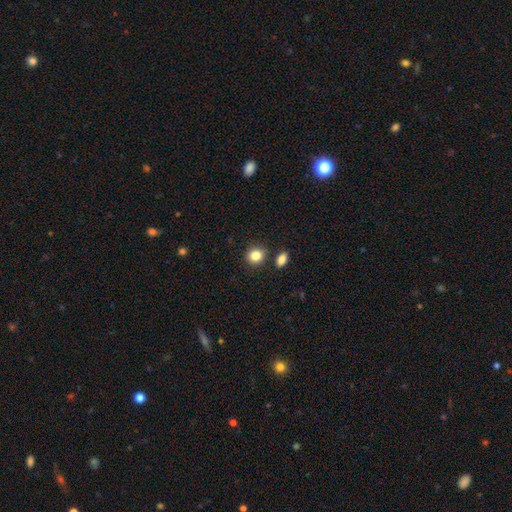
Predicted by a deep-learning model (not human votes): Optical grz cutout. It shows a smooth galaxy with no disk features (85%) that is round (78%). Merging: none (82%).